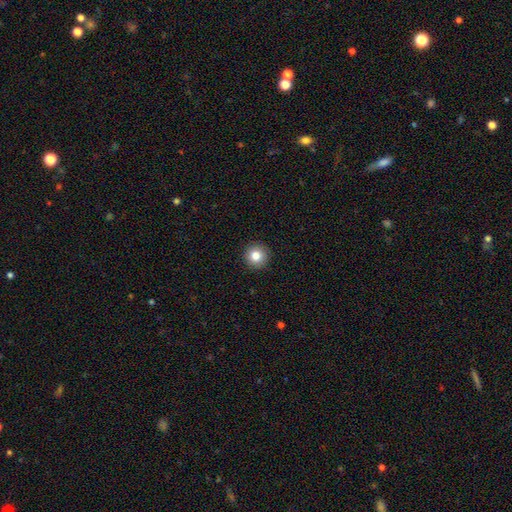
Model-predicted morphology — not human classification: This appears to be a smooth galaxy with no disk features (82%) that is round (96%). Merging: none (93%).